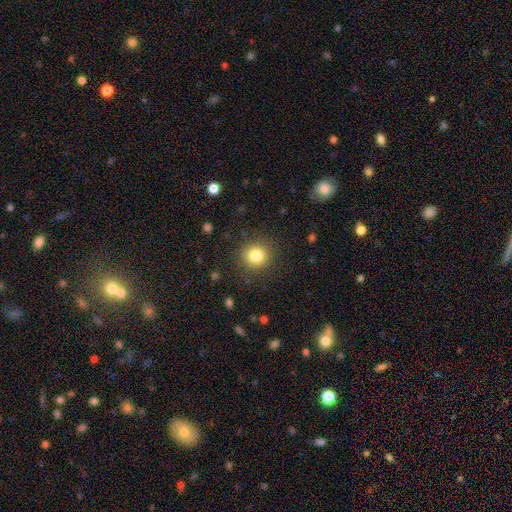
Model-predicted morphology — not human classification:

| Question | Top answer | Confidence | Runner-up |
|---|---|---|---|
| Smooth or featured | smooth | 82% | star or artifact (11%) |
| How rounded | round | 90% | in between (9%) |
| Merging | none | 89% | minor disturbance (7%) |